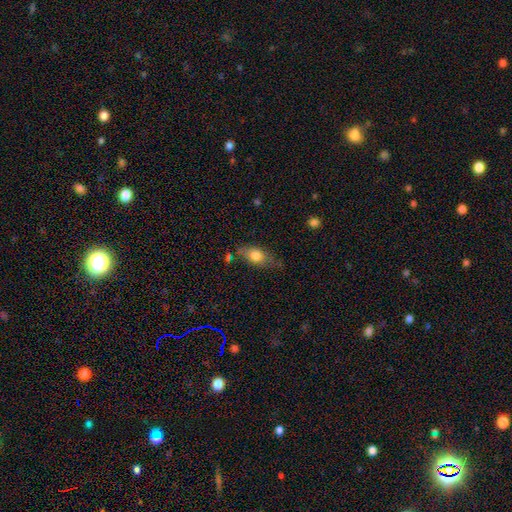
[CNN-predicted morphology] Smooth or featured? smooth (75%)
How rounded? in between (81%)
Merging? none (60%)